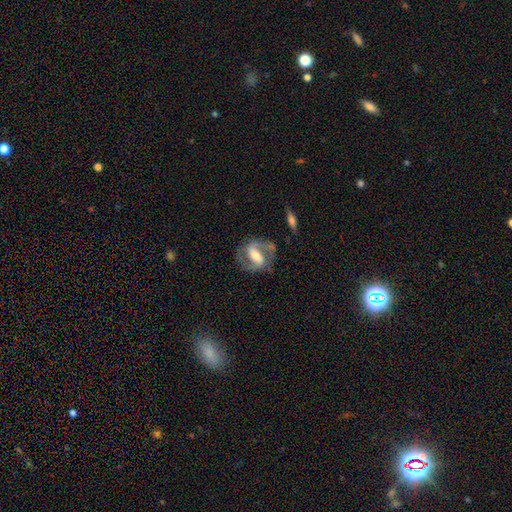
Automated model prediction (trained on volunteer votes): Smooth or featured? featured or disk (83%)
Edge-on disk? no (96%)
Bar? strong (54%)
Spiral arms? yes (92%)
Spiral winding? medium (56%)
Spiral arm count? 2 (90%)
Bulge size? moderate (56%)
Merging? none (74%)